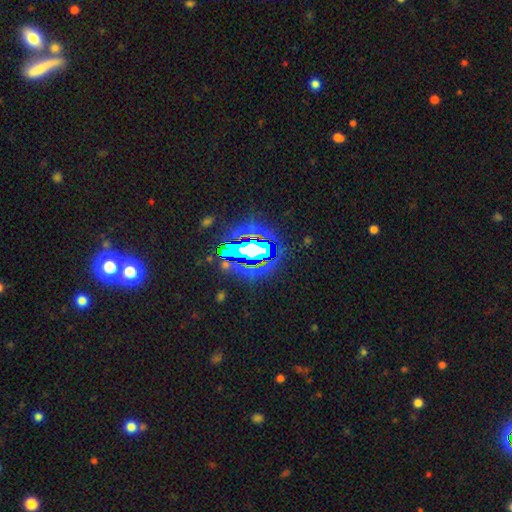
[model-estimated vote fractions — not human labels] This is likely a star or artifact rather than a galaxy (72%).